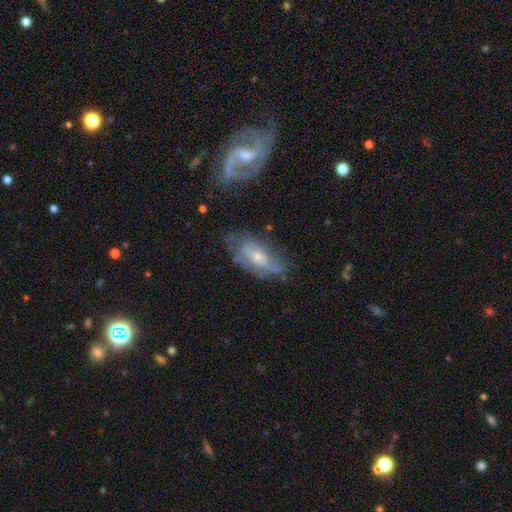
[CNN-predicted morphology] Smooth or featured?
  - featured or disk: 67% *
  - smooth: 25%
  - star or artifact: 8%
Edge-on disk?
  - no: 88% *
  - yes: 12%
Bar?
  - no: 58% *
  - weak: 34%
  - strong: 8%
Spiral arms?
  - yes: 70% *
  - no: 30%
Bulge size?
  - small: 47% *
  - moderate: 45%
  - none: 4%
  - large: 3%
  - dominant: 1%
Merging?
  - none: 54% *
  - minor disturbance: 26%
  - major disturbance: 16%
  - merger: 4%